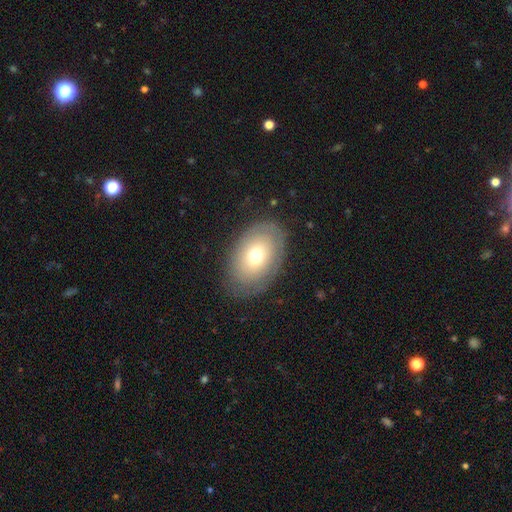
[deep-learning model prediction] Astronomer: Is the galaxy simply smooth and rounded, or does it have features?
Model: smooth — 65%.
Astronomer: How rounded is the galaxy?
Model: in between — 81%.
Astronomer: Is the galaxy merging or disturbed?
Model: none — 79%.